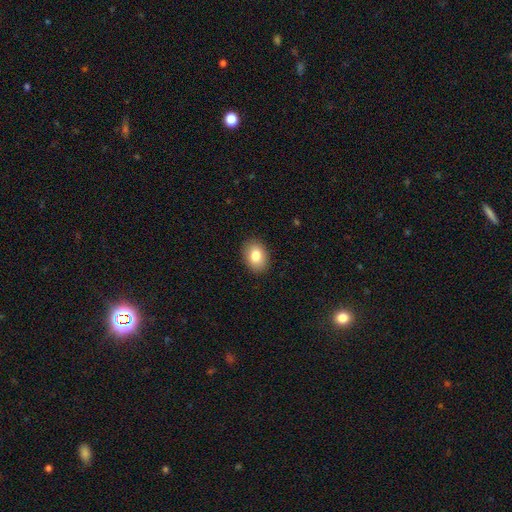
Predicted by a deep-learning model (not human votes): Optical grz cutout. It shows a smooth galaxy with no disk features (83%) that is in between round and cigar-shaped (74%). Merging: none (89%).